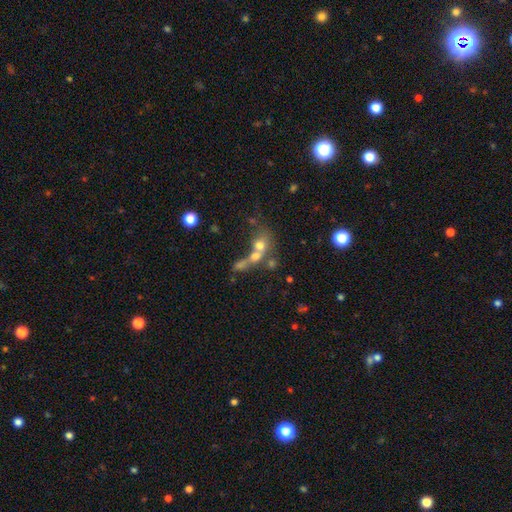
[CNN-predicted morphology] Smooth or featured? smooth (46%)
Merging? merger (52%)